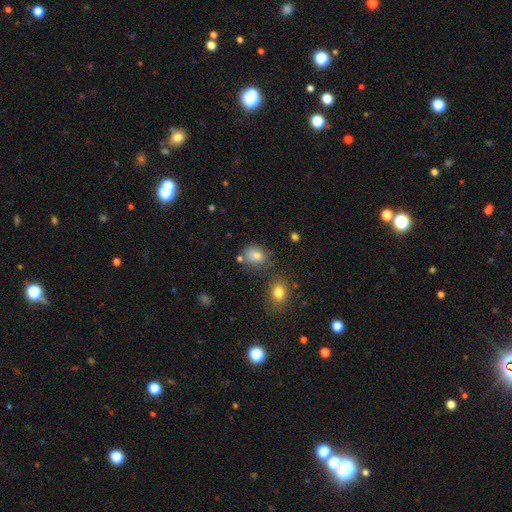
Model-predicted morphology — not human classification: A smooth galaxy with no disk features (79%) that is round (52%).

Vote fractions:
- Smooth or featured? smooth: 79% / star or artifact: 12% / featured or disk: 9%
- How rounded? round: 52% / in between: 47% / cigar-shaped: 1%
- Merging? none: 65% / minor disturbance: 18% / merger: 11% / major disturbance: 6%